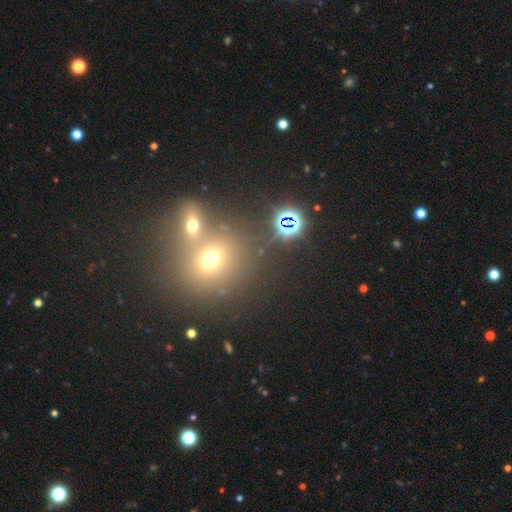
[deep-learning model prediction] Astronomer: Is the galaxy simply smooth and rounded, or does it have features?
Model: smooth — 44% (runner-up: star or artifact, 42%).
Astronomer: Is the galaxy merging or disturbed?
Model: none — 57%.